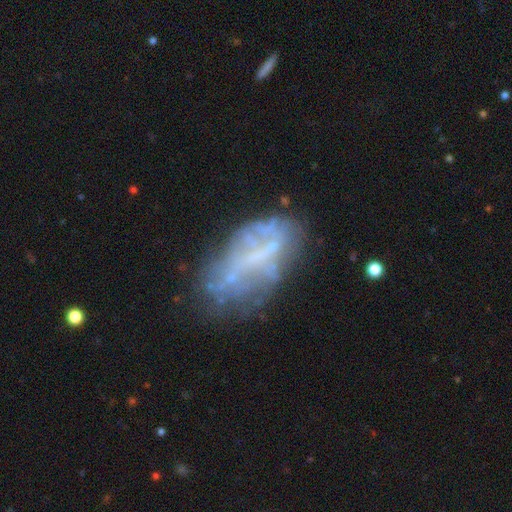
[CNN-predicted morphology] smooth-or-featured: featured or disk: 58% | smooth: 27% | star or artifact: 14%
  disk-edge-on: no: 93% | yes: 7%
    bar: no: 72% | weak: 17% | strong: 11%
    has-spiral-arms: no: 86% | yes: 14%
    bulge-size: none: 72% | small: 19% | moderate: 7% | large: 2% | dominant: 1%
  merging: none: 46% | minor disturbance: 23% | major disturbance: 23% | merger: 8%